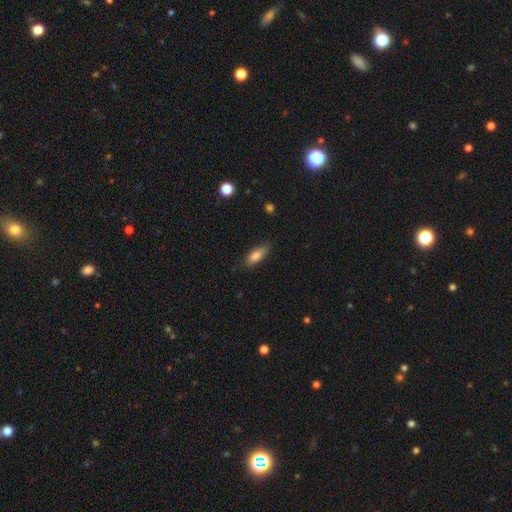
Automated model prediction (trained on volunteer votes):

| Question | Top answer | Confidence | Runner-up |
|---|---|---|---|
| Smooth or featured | smooth | 80% | featured or disk (13%) |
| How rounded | in between | 67% | cigar-shaped (31%) |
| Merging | none | 76% | minor disturbance (19%) |